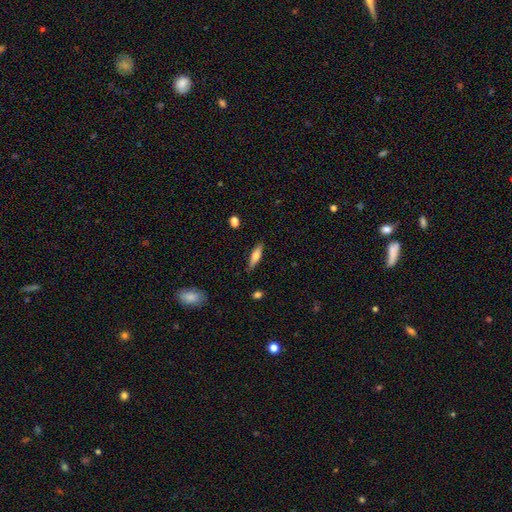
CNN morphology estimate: type=smooth (58%); roundness=cigar-shaped (66%); merging=none (86%).